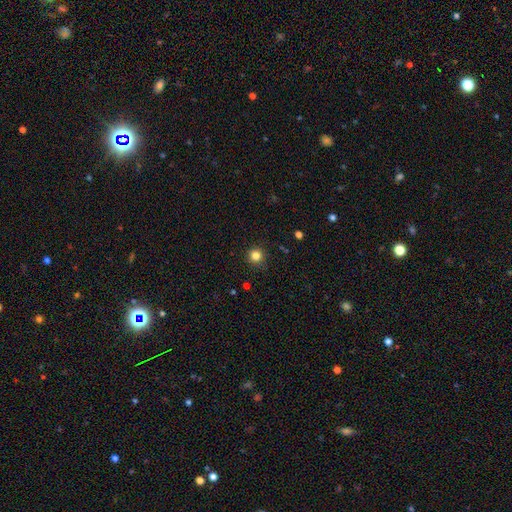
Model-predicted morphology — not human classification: The model was most divided on "smooth or featured": smooth: 83%, star or artifact: 13%, featured or disk: 4%. More confident: how rounded — round (95%); merging — none (91%).